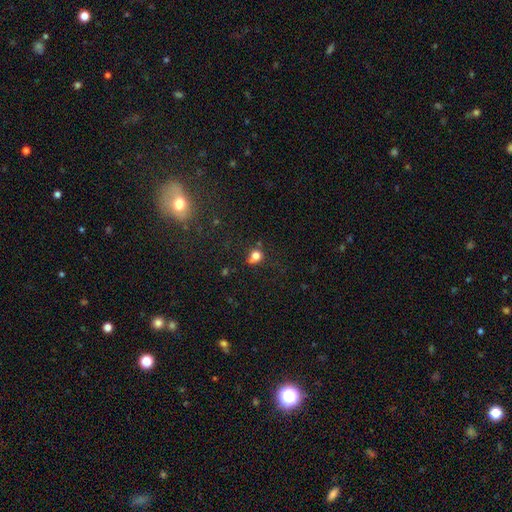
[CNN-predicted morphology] smooth 77%, star or artifact 14%, featured or disk 9%. Down the decision tree: how rounded — round (63%); merging — none (52%).